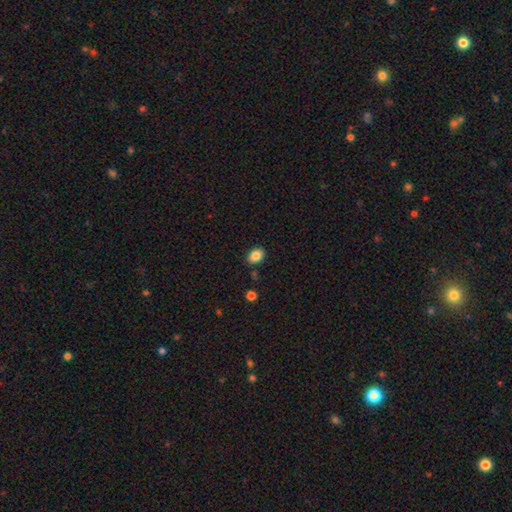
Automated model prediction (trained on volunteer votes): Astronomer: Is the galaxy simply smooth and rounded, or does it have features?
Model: smooth — 86%.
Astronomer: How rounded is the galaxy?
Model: in between — 73%.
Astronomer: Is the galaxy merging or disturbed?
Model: none — 85%.